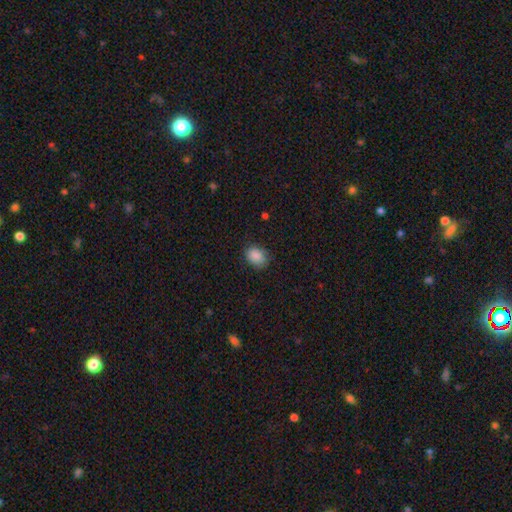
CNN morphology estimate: Smooth or featured?
  - smooth: 88% *
  - star or artifact: 8%
  - featured or disk: 3%
How rounded?
  - in between: 64% *
  - round: 35%
  - cigar-shaped: 1%
Merging?
  - none: 81% *
  - minor disturbance: 14%
  - major disturbance: 3%
  - merger: 1%